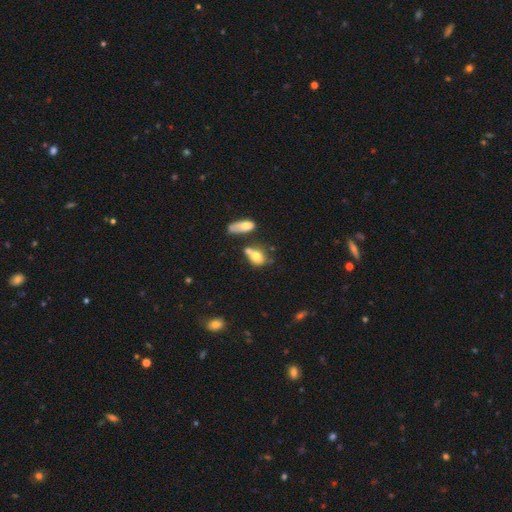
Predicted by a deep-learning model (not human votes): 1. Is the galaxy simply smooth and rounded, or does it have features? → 68% smooth, 22% featured or disk, 10% star or artifact.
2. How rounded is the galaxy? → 70% in between, 26% round, 4% cigar-shaped.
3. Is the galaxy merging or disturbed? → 42% merger, 29% none, 18% minor disturbance, 11% major disturbance.